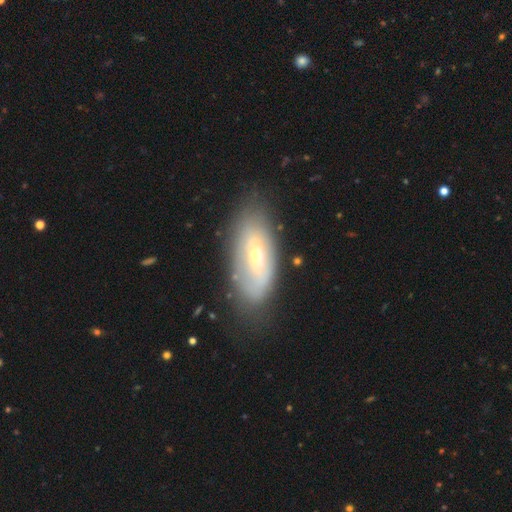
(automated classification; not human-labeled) smooth_or_featured: featured or disk (p=0.50) [alt: smooth p=0.42]
disk_edge_on: no (p=0.83) [alt: yes p=0.17]
merging: none (p=0.72) [alt: minor disturbance p=0.19]